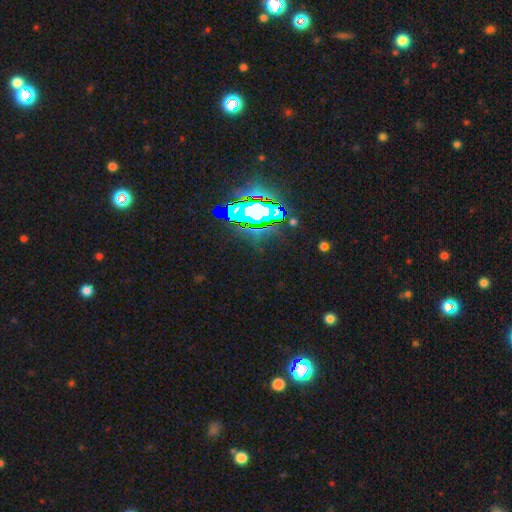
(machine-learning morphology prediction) The model was most divided on "smooth or featured": star or artifact: 77%, smooth: 13%, featured or disk: 10%.